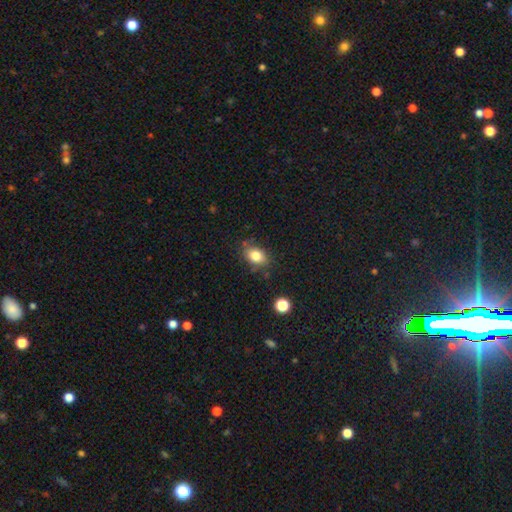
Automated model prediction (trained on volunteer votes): Overall: smooth (82%). How rounded: in between (74%). Merging: none (76%).